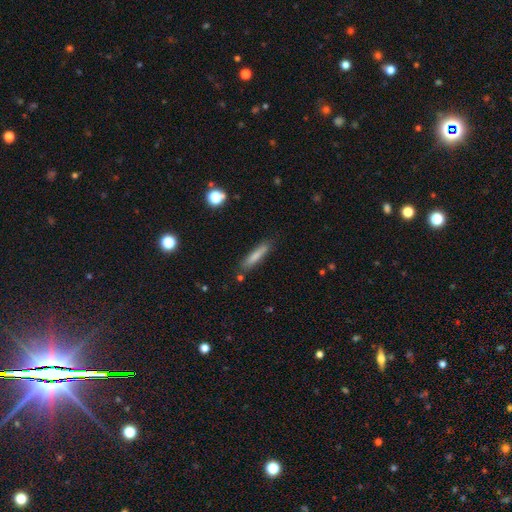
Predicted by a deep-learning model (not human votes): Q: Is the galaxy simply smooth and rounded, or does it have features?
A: smooth — 76%.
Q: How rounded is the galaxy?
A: cigar-shaped — 88%.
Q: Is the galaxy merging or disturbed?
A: none — 82%.